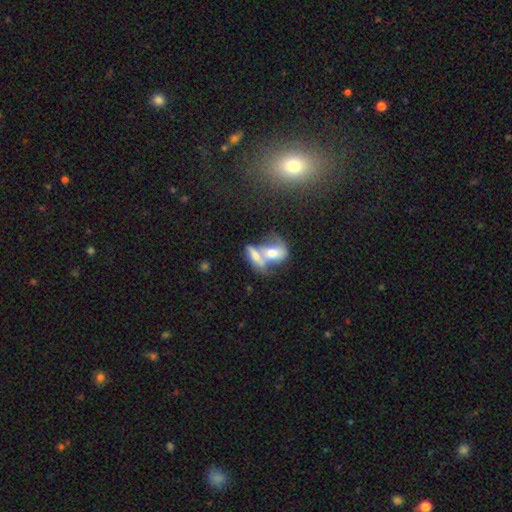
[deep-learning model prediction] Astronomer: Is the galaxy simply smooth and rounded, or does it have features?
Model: smooth — 53% (runner-up: featured or disk, 37%).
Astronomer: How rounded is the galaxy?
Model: in between — 69%.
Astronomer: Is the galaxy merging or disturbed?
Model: merger — 72%.